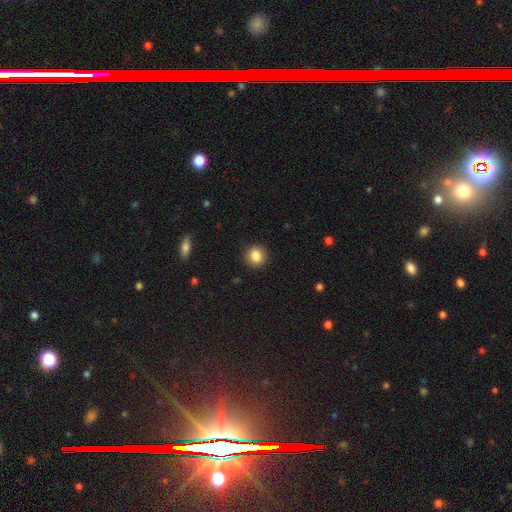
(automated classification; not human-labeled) Smooth or featured? Predicted: smooth (p=0.85). How rounded? Predicted: round (p=0.85). Merging? Predicted: none (p=0.91).